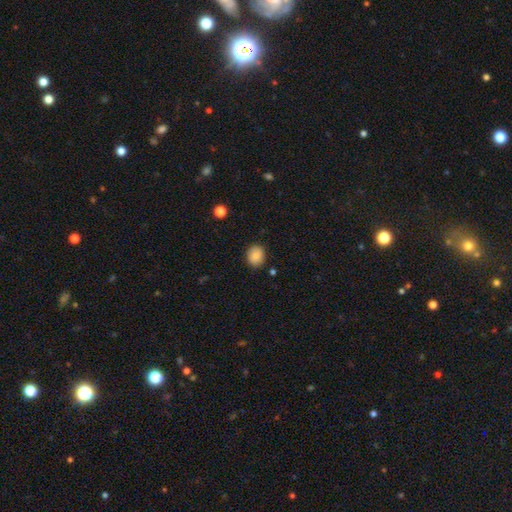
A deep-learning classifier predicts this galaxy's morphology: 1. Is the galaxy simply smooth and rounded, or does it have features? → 86% smooth, 8% star or artifact, 5% featured or disk.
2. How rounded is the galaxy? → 59% round, 40% in between, 1% cigar-shaped.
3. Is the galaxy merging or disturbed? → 87% none, 9% minor disturbance, 2% major disturbance, 1% merger.